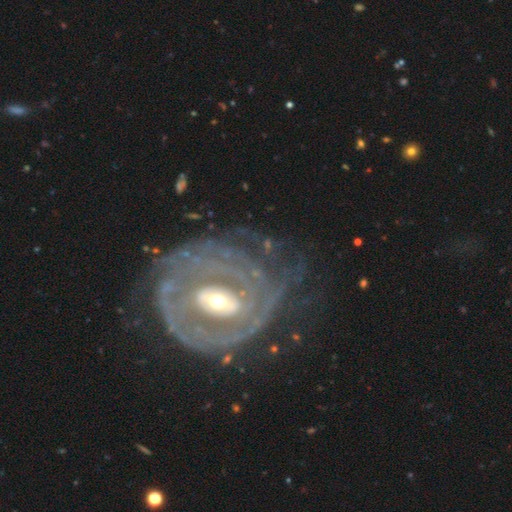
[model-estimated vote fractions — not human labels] This appears to be a featured or disk galaxy (86%) with a strong bar (45%), tight (77%) spiral arms (85%) and a moderate central bulge (55%). Merging: none (66%).